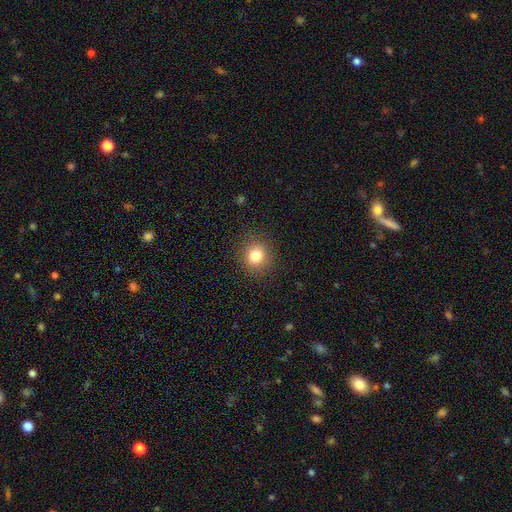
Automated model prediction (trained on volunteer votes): Smooth or featured? smooth (82%)
How rounded? round (86%)
Merging? none (89%)